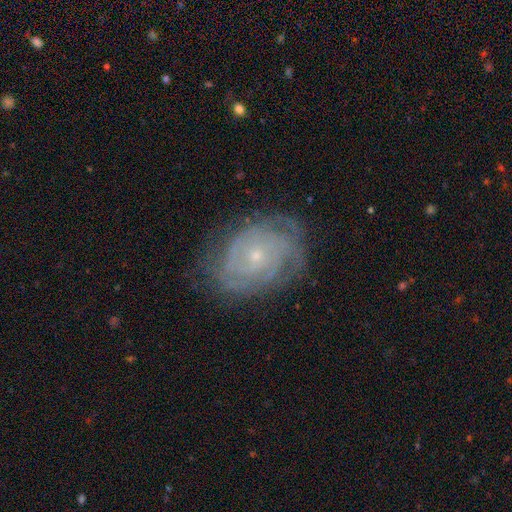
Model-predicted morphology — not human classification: smooth_or_featured: featured or disk (p=0.83) [alt: smooth p=0.10]
disk_edge_on: no (p=0.97) [alt: yes p=0.03]
bar: no (p=0.79) [alt: weak p=0.18]
has_spiral_arms: yes (p=0.95) [alt: no p=0.05]
spiral_winding: tight (p=0.76) [alt: medium p=0.20]
spiral_arm_count: can't tell (p=0.35) [alt: 2 p=0.21]
bulge_size: small (p=0.79) [alt: moderate p=0.18]
merging: none (p=0.75) [alt: minor disturbance p=0.18]